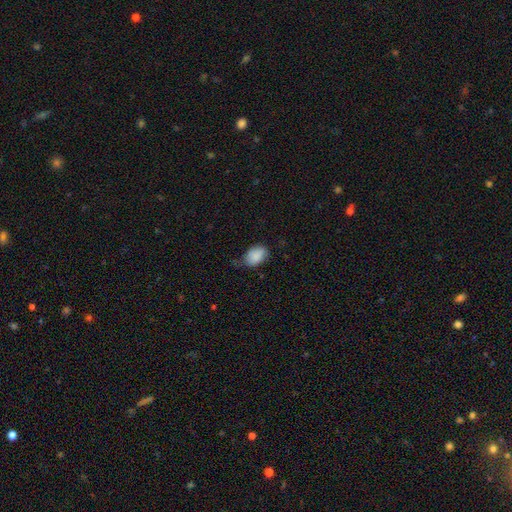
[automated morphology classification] A smooth galaxy with no disk features (87%) that is in between round and cigar-shaped (85%). Merging: none (61%).